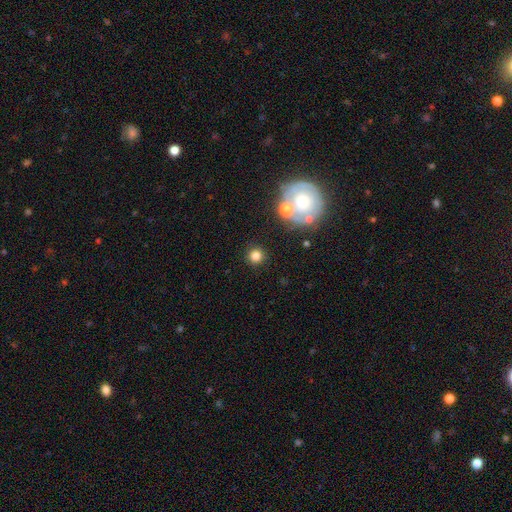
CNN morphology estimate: This is likely a smooth galaxy (78%). How rounded: clearly round (94%). Merging: clearly none (87%).